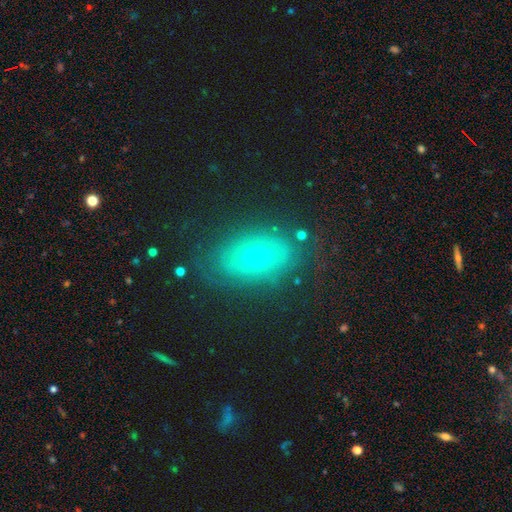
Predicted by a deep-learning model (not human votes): Q: Smooth or featured?
A: smooth (56%); runner-up: featured or disk (27%)
Q: How rounded?
A: in between (79%); runner-up: round (19%)
Q: Merging?
A: none (79%); runner-up: minor disturbance (14%)